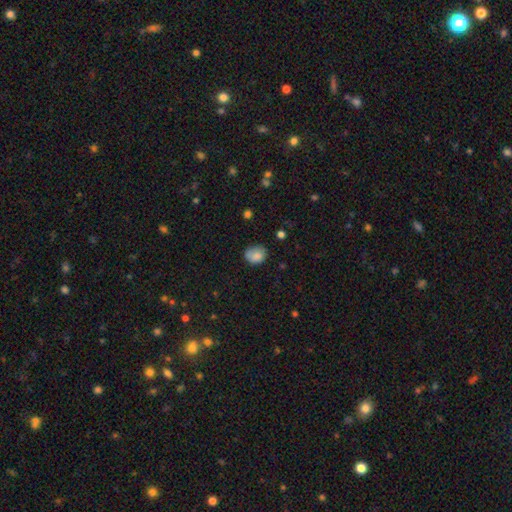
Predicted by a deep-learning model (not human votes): smooth-or-featured: smooth: 83% | star or artifact: 9% | featured or disk: 8%
  how-rounded: round: 53% | in between: 46% | cigar-shaped: 1%
  merging: none: 63% | minor disturbance: 28% | major disturbance: 7% | merger: 2%